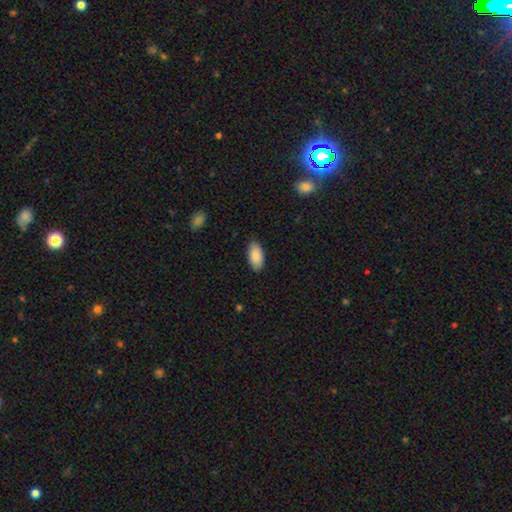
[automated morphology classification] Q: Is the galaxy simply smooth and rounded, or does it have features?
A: smooth — 88%.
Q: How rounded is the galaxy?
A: in between — 93%.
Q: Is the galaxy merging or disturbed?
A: none — 87%.